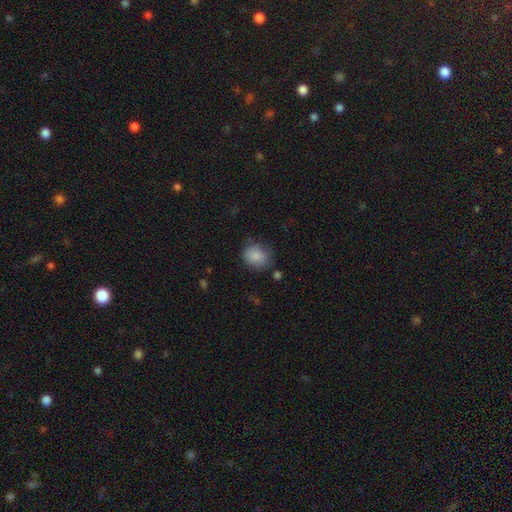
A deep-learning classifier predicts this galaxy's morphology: type=smooth (86%); roundness=round (71%); merging=none (73%).